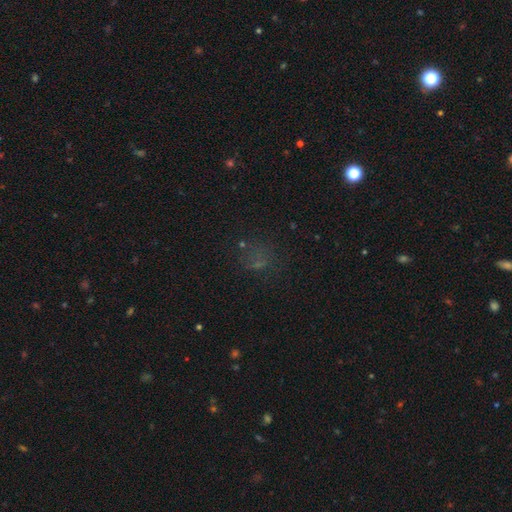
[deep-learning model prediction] This is possibly a star or artifact rather than a galaxy (45%).